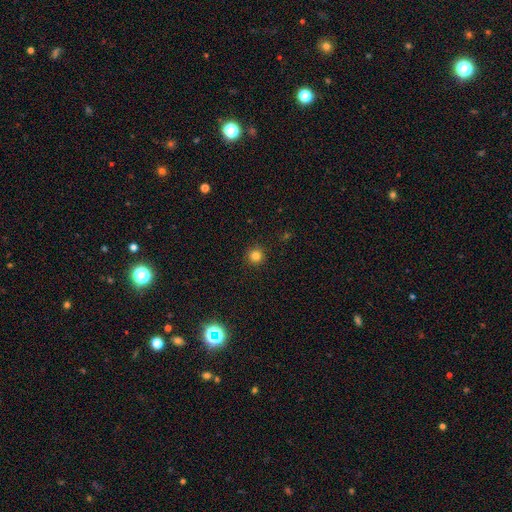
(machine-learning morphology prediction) Smooth or featured: smooth — 82% (star or artifact — 14%)
How rounded: round — 95% (in between — 4%)
Merging: none — 91% (minor disturbance — 6%)